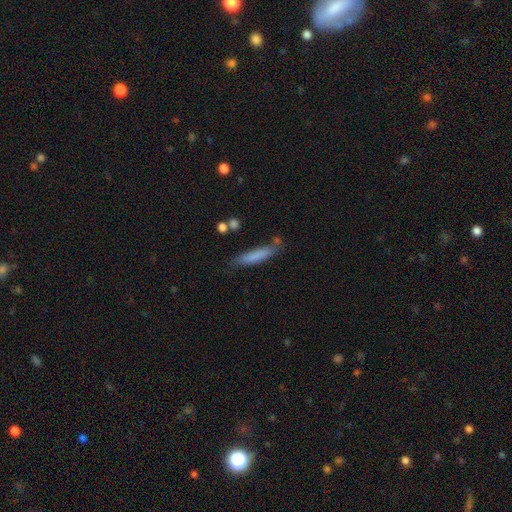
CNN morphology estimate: Q: Smooth or featured?
A: smooth (76%); runner-up: featured or disk (17%)
Q: How rounded?
A: cigar-shaped (86%); runner-up: in between (12%)
Q: Merging?
A: none (71%); runner-up: minor disturbance (19%)